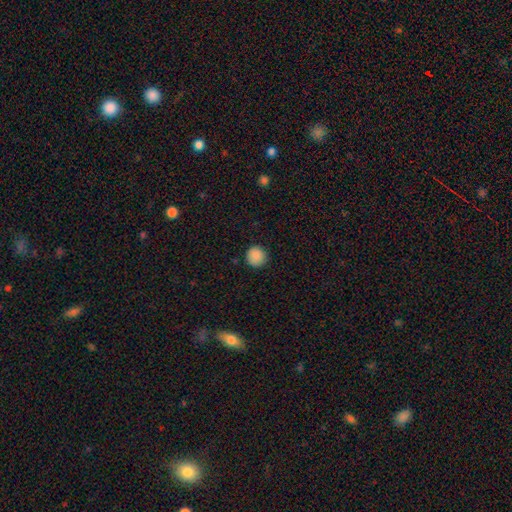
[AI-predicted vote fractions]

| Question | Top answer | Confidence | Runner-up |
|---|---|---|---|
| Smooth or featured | smooth | 89% | star or artifact (9%) |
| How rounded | round | 95% | in between (4%) |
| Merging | none | 91% | minor disturbance (7%) |